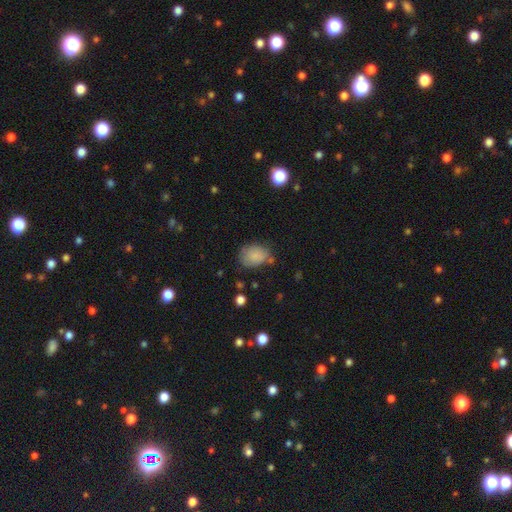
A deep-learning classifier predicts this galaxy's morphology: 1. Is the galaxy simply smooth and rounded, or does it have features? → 83% smooth, 9% star or artifact, 7% featured or disk.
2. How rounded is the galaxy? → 60% in between, 38% round, 1% cigar-shaped.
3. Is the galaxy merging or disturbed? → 60% none, 25% minor disturbance, 8% major disturbance, 6% merger.